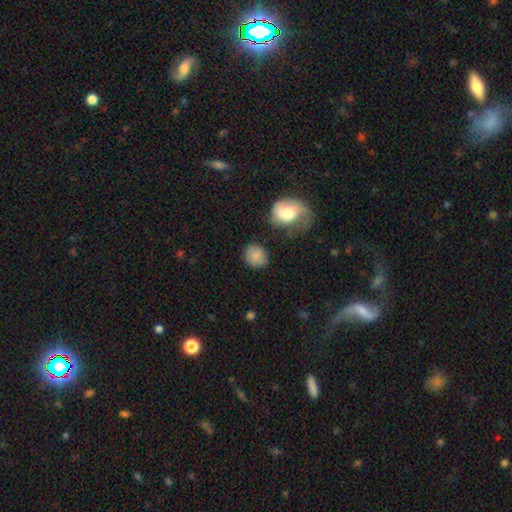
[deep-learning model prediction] The model was most divided on "how rounded": round: 75%, in between: 24%, cigar-shaped: 1%. More confident: smooth or featured — smooth (82%); merging — none (76%).